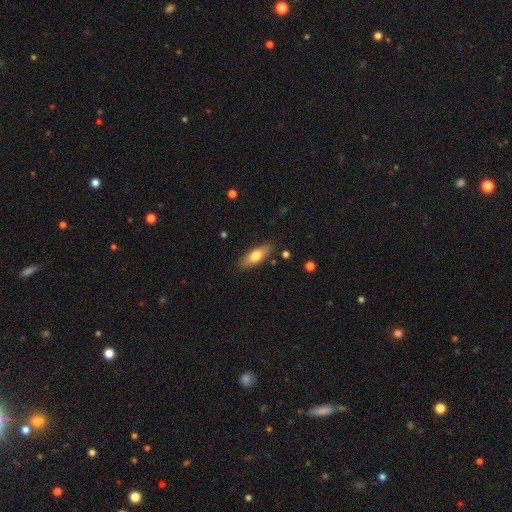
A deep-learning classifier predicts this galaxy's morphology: Smooth or featured: smooth — 69% (featured or disk — 24%)
How rounded: in between — 66% (cigar-shaped — 31%)
Merging: none — 83% (minor disturbance — 12%)